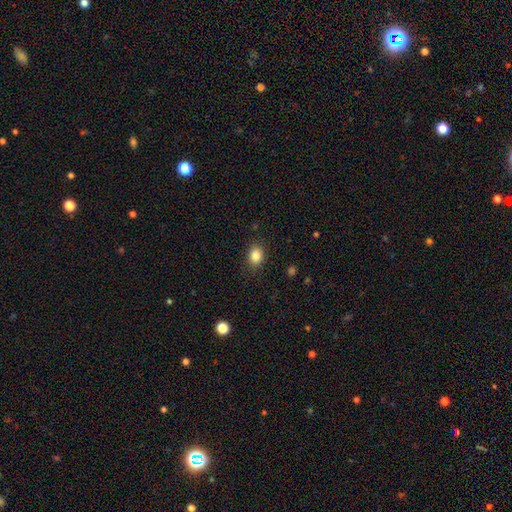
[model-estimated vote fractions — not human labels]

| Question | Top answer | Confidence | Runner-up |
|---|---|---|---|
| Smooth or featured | smooth | 84% | star or artifact (10%) |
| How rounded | in between | 54% | round (45%) |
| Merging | none | 87% | minor disturbance (10%) |